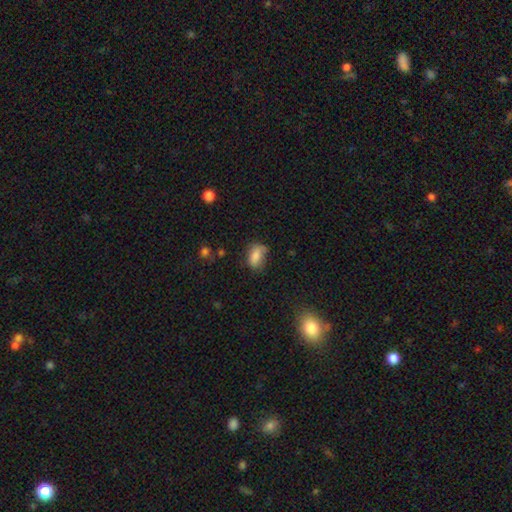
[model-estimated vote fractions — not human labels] Smooth or featured? smooth (81%)
How rounded? in between (87%)
Merging? none (51%)